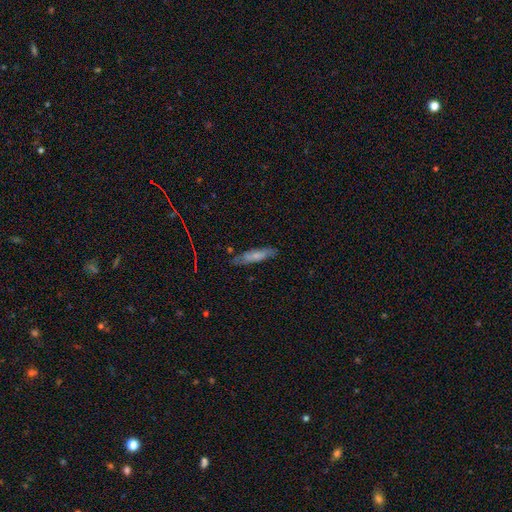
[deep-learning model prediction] Smooth or featured? smooth (60%)
How rounded? cigar-shaped (77%)
Merging? none (78%)